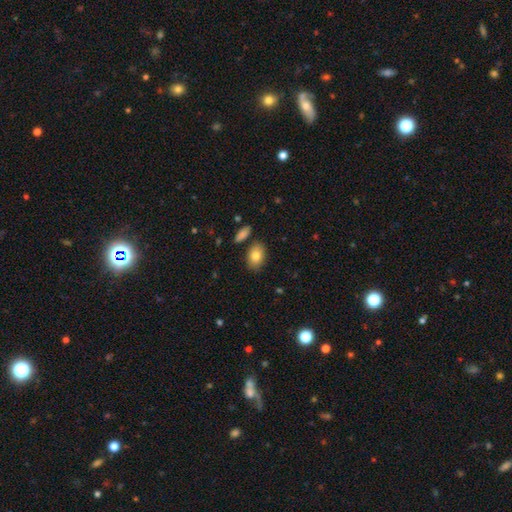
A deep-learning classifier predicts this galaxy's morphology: This is clearly a smooth galaxy (81%). How rounded: clearly in between (85%). Merging: clearly none (82%).